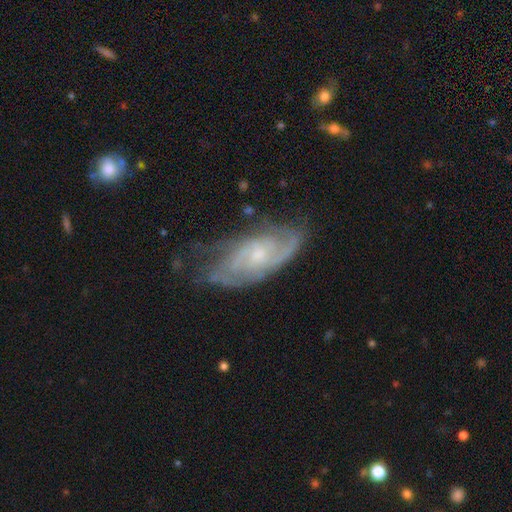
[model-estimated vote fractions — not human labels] Smooth or featured? Predicted: featured or disk (p=0.81). Edge-on disk? Predicted: no (p=0.92). Bar? Predicted: no (p=0.66). Spiral arms? Predicted: yes (p=0.93). Spiral winding? Predicted: tight (p=0.54). Spiral arm count? Predicted: can't tell (p=0.37). Bulge size? Predicted: small (p=0.63). Merging? Predicted: none (p=0.64).